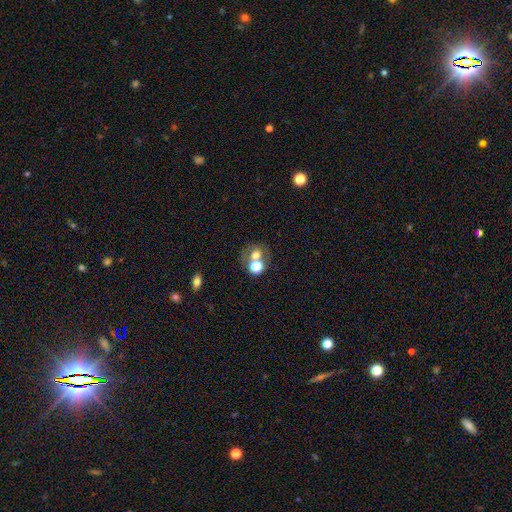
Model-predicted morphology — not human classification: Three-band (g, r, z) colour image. It shows a smooth galaxy with no disk features (62%) that is round (70%). Merging: merger (46%).